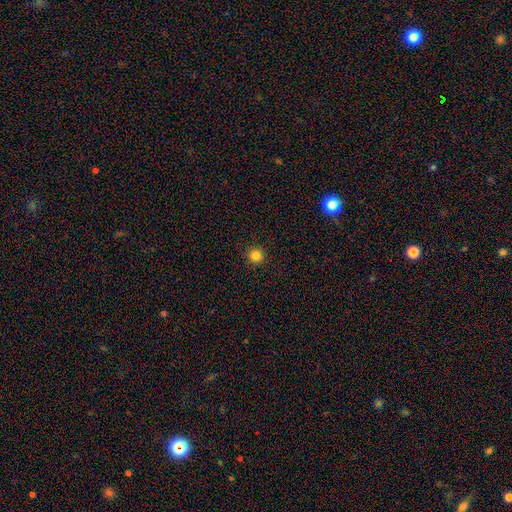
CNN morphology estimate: This is clearly a smooth galaxy (84%). How rounded: clearly round (95%). Merging: clearly none (92%).